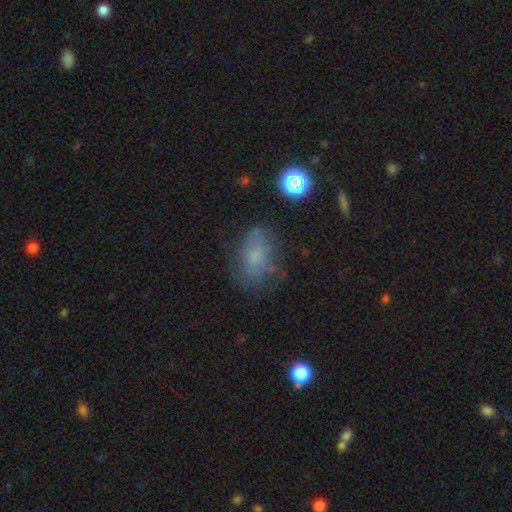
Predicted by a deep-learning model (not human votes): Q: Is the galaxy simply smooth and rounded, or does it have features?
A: smooth — 61%.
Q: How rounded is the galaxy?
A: in between — 81%.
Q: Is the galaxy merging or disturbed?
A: none — 61%.